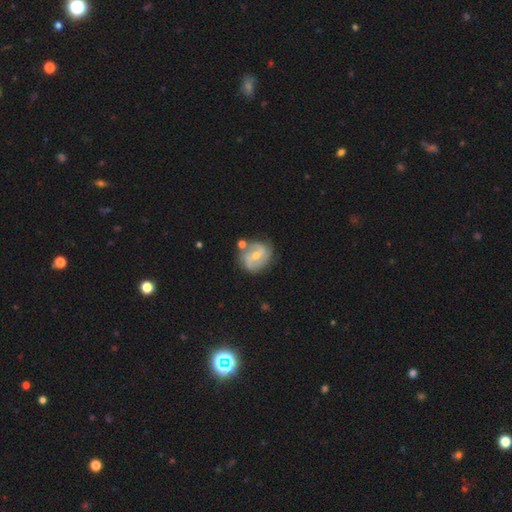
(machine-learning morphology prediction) Smooth or featured?
  - featured or disk: 76% *
  - smooth: 18%
  - star or artifact: 6%
Edge-on disk?
  - no: 97% *
  - yes: 3%
Bar?
  - weak: 49% *
  - no: 28%
  - strong: 23%
Spiral arms?
  - yes: 88% *
  - no: 12%
Spiral winding?
  - medium: 46% *
  - tight: 32%
  - loose: 23%
Spiral arm count?
  - 2: 72% *
  - can't tell: 13%
  - 3: 9%
  - 1: 3%
  - 4: 2%
  - more than 4: 2%
Bulge size?
  - moderate: 52% *
  - small: 44%
  - none: 2%
  - large: 1%
  - dominant: 1%
Merging?
  - none: 65% *
  - minor disturbance: 18%
  - merger: 11%
  - major disturbance: 6%